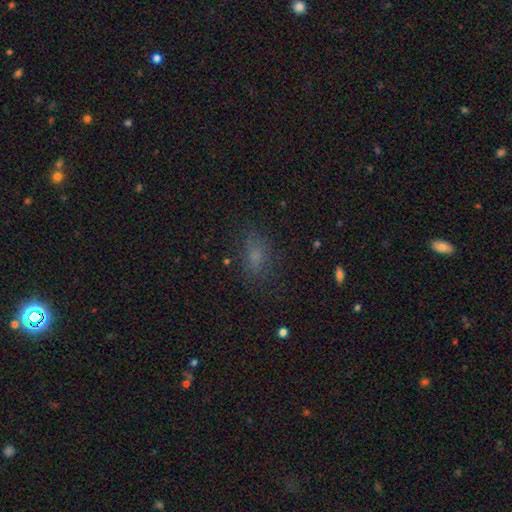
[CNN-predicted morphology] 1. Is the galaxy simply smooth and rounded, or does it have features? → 63% smooth, 22% star or artifact, 15% featured or disk.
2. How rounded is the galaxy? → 76% in between, 18% round, 5% cigar-shaped.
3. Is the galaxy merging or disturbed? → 71% none, 18% minor disturbance, 9% major disturbance, 2% merger.